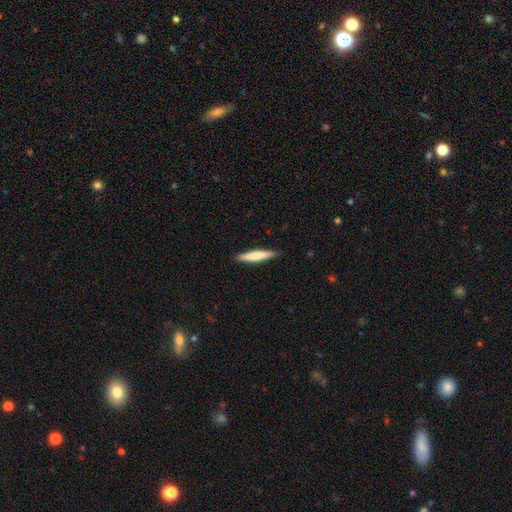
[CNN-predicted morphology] Smooth or featured? smooth (70%)
How rounded? cigar-shaped (89%)
Merging? none (90%)